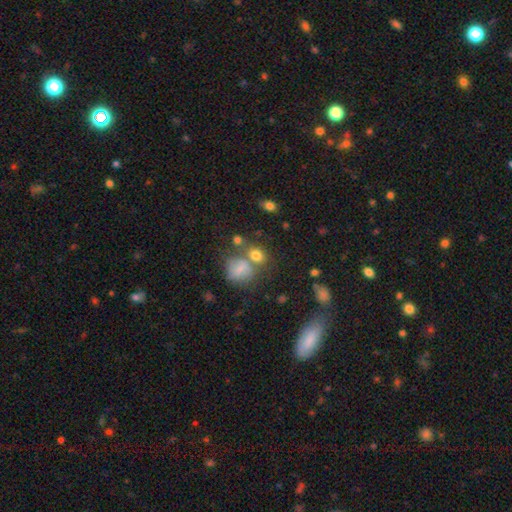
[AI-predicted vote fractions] Overall: smooth (76%). How rounded: round (57%; in between 41%). Merging: none (50%; merger 30%).